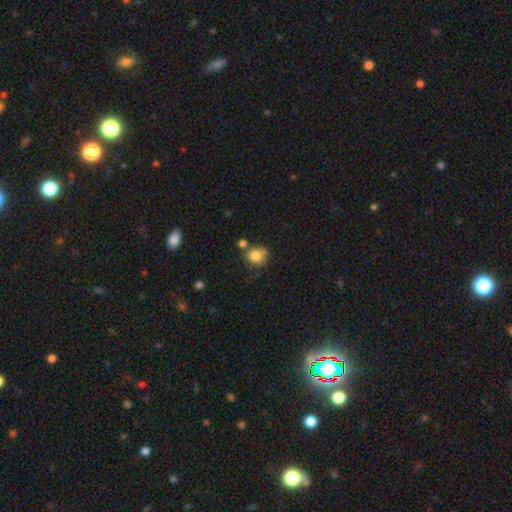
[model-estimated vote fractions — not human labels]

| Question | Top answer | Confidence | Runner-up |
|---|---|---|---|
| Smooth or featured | smooth | 83% | star or artifact (10%) |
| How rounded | round | 81% | in between (18%) |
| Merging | none | 57% | minor disturbance (21%) |